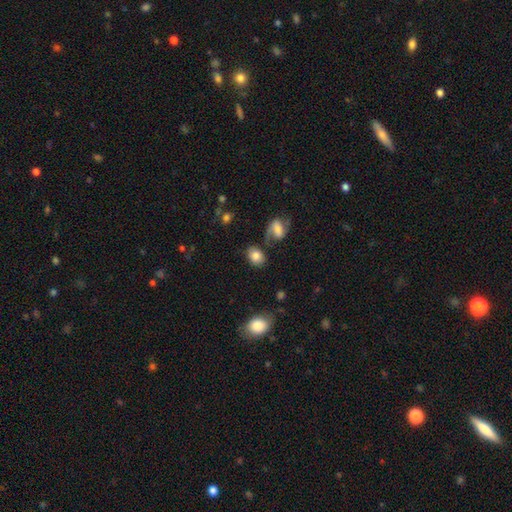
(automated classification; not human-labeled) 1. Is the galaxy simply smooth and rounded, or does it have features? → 78% smooth, 13% featured or disk, 9% star or artifact.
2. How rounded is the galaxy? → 61% in between, 37% round, 1% cigar-shaped.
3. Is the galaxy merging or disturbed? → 59% none, 20% minor disturbance, 11% major disturbance, 11% merger.